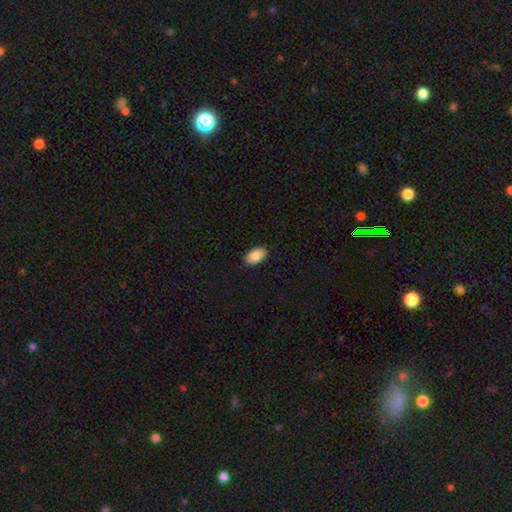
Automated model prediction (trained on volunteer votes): A smooth galaxy with no disk features (90%) that is in between round and cigar-shaped (93%). Merging: none (89%).